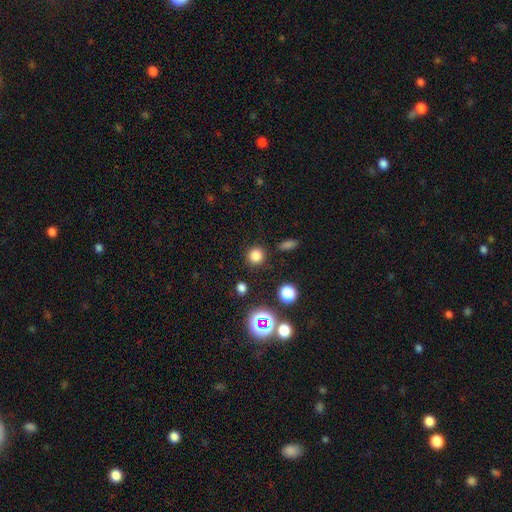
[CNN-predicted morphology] Smooth or featured: smooth — 78% (star or artifact — 17%)
How rounded: round — 91% (in between — 8%)
Merging: none — 88% (minor disturbance — 7%)